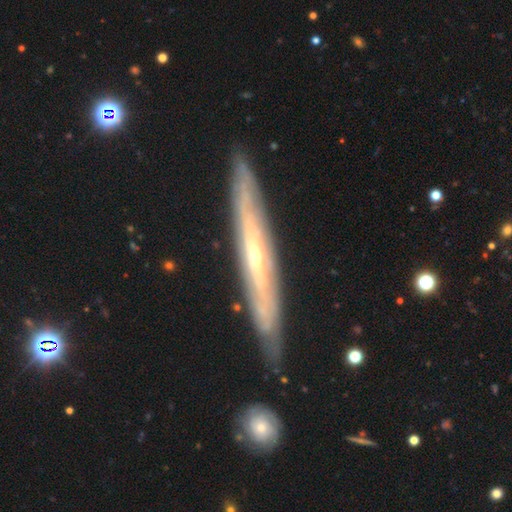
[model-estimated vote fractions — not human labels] featured or disk 79%, smooth 15%, star or artifact 6%. Down the decision tree: edge-on disk — yes (82%); edge-on bulge — rounded (56%); merging — none (84%).